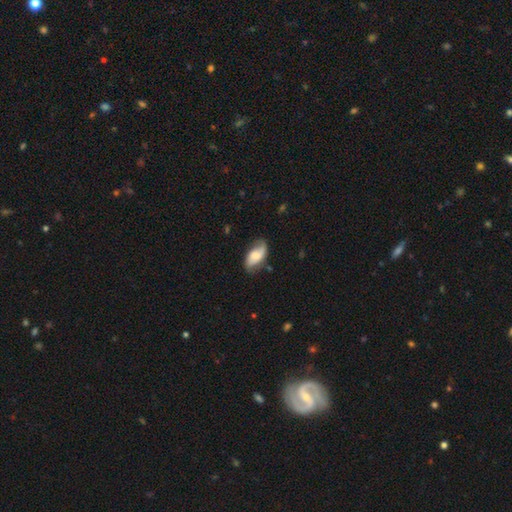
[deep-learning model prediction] Smooth or featured? featured or disk (51%)
Edge-on disk? no (94%)
Merging? none (66%)